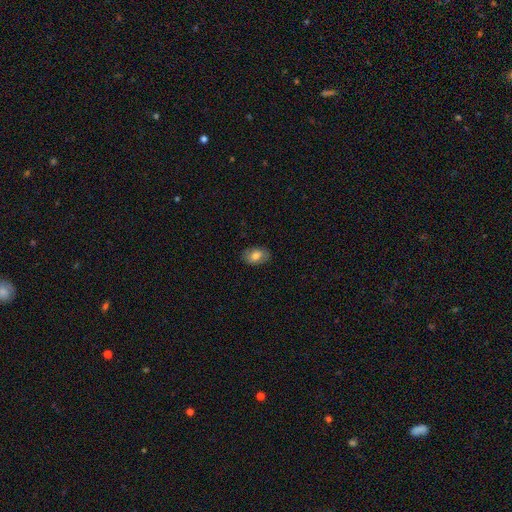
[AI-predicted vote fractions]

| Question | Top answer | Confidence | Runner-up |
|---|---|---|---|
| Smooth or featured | smooth | 77% | featured or disk (16%) |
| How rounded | in between | 84% | round (14%) |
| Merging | none | 84% | minor disturbance (12%) |